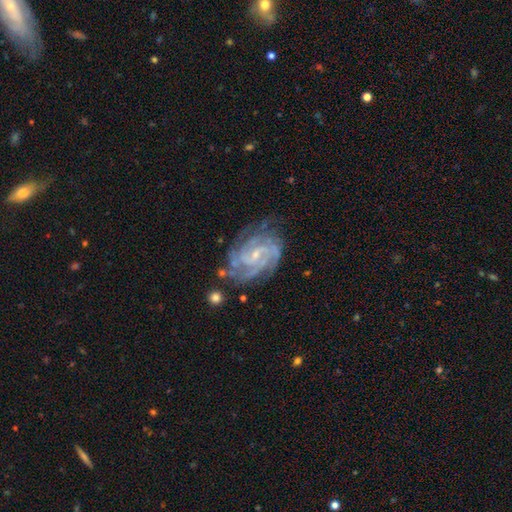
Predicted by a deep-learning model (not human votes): A featured or disk galaxy (90%) with a weak bar (47%), 3 (28%) tight (67%) spiral arms (98%) and a small central bulge (75%). Merging: none (70%).